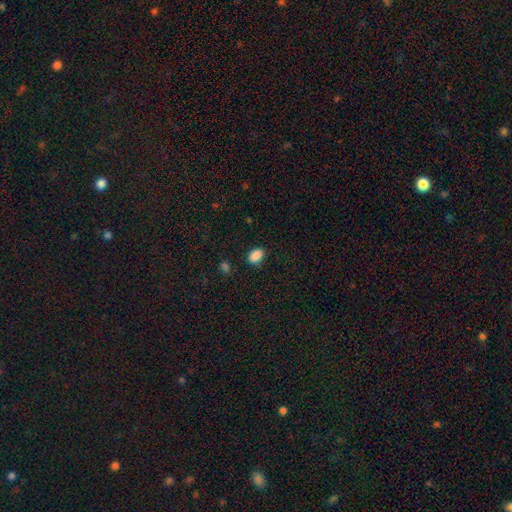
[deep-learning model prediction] The model was most divided on "how rounded": in between: 83%, round: 16%, cigar-shaped: 1%. More confident: smooth or featured — smooth (88%); merging — none (86%).